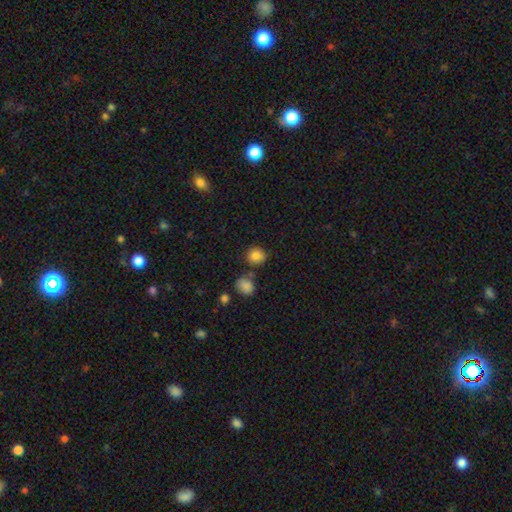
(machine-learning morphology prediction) Smooth or featured? smooth (85%)
How rounded? round (81%)
Merging? none (73%)